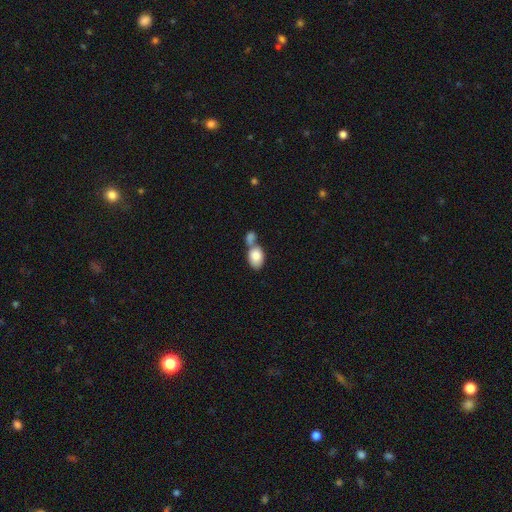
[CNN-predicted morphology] smooth-or-featured: smooth: 83% | featured or disk: 10% | star or artifact: 6%
  how-rounded: in between: 84% | round: 14% | cigar-shaped: 2%
  merging: merger: 61% | none: 25% | minor disturbance: 9% | major disturbance: 4%